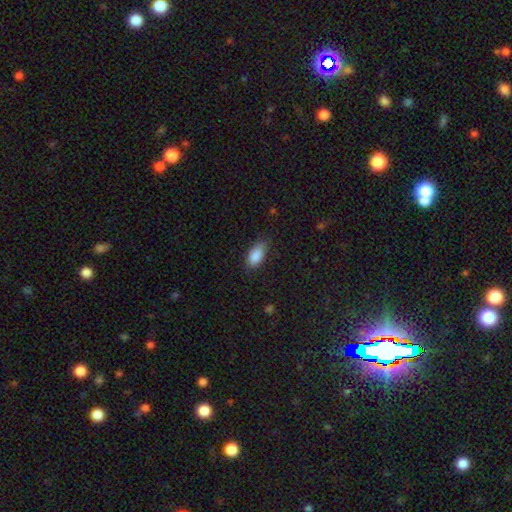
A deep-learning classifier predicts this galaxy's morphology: Smooth or featured: smooth — 88% (star or artifact — 7%)
How rounded: in between — 92% (cigar-shaped — 6%)
Merging: none — 74% (minor disturbance — 21%)